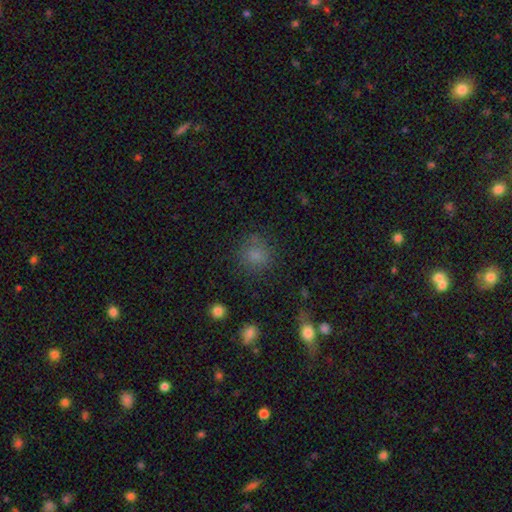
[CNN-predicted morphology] Q: Smooth or featured?
A: smooth (78%); runner-up: star or artifact (15%)
Q: How rounded?
A: round (86%); runner-up: in between (13%)
Q: Merging?
A: none (78%); runner-up: minor disturbance (14%)